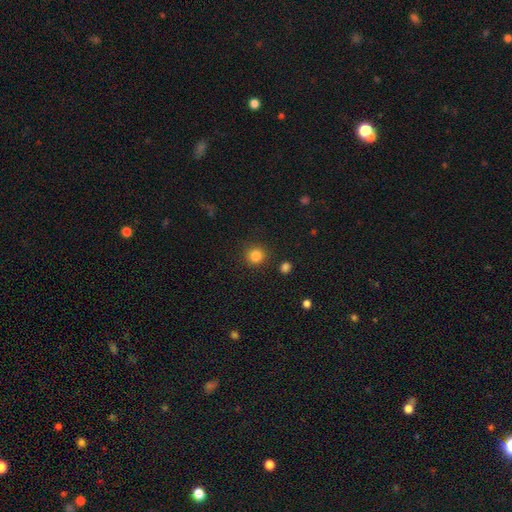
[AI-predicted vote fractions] This appears to be a smooth galaxy with no disk features (84%) that is round (93%). Merging: none (89%).